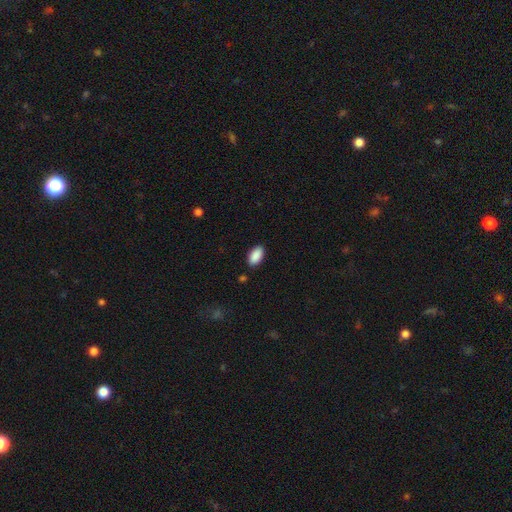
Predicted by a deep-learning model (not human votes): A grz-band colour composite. It shows a smooth galaxy with no disk features (90%) that is in between round and cigar-shaped (94%). Merging: none (87%).